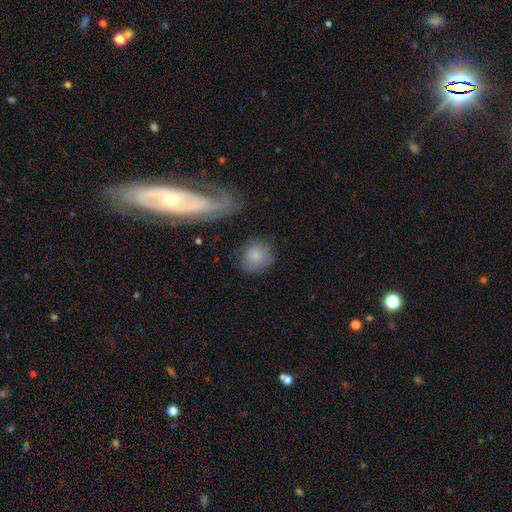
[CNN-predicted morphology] Smooth or featured? Predicted: smooth (p=0.80). How rounded? Predicted: round (p=0.82). Merging? Predicted: none (p=0.77).